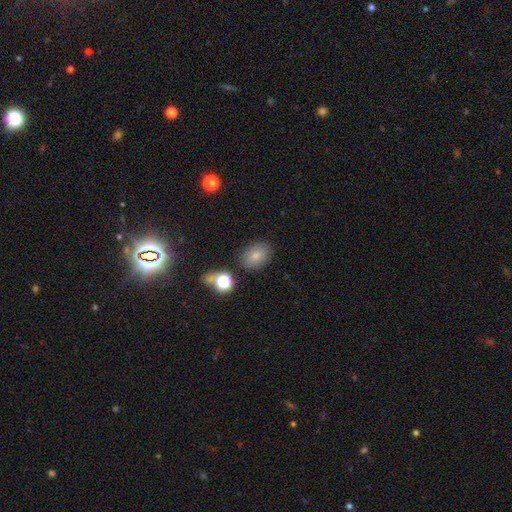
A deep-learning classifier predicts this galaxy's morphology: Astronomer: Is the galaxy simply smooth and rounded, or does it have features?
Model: smooth — 78%.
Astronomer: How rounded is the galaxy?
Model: in between — 67%.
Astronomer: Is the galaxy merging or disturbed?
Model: none — 81%.